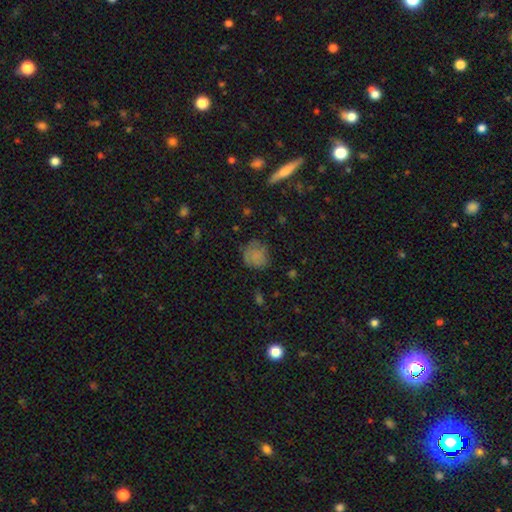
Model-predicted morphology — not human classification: Smooth or featured: smooth — 69% (featured or disk — 18%)
How rounded: round — 82% (in between — 17%)
Merging: none — 67% (minor disturbance — 22%)